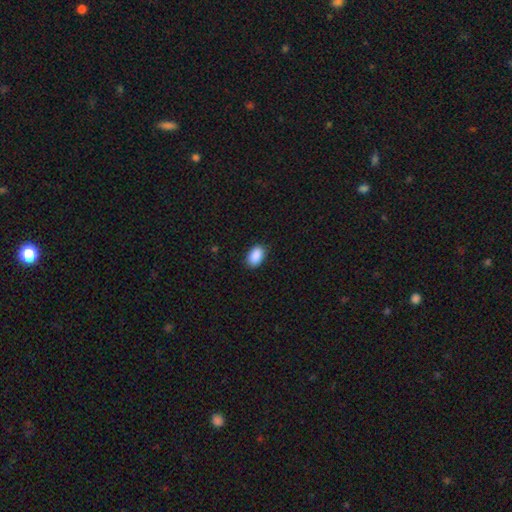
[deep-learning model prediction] Smooth or featured?
  - smooth: 90% *
  - star or artifact: 7%
  - featured or disk: 3%
How rounded?
  - in between: 90% *
  - round: 8%
  - cigar-shaped: 1%
Merging?
  - none: 88% *
  - minor disturbance: 9%
  - major disturbance: 2%
  - merger: 1%